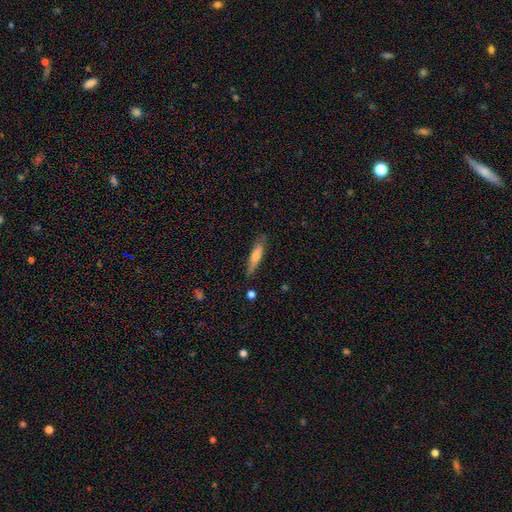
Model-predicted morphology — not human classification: The model was most divided on "smooth or featured": smooth: 57%, featured or disk: 36%, star or artifact: 7%. More confident: how rounded — cigar-shaped (85%); merging — none (80%).